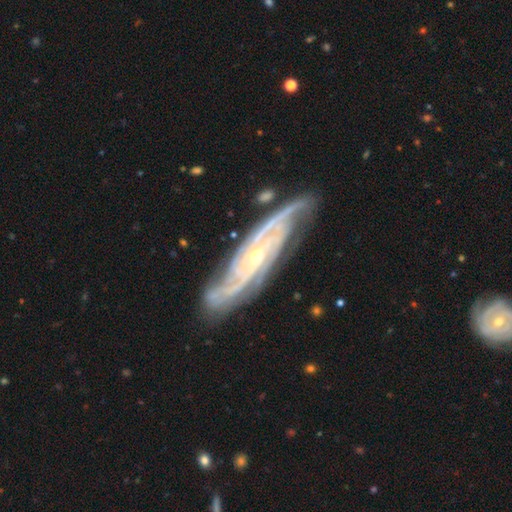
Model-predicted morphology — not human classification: type=featured or disk (91%); edge-on=no (87%); bar=no (58%); spiral arms=yes (98%); winding=tight (61%); arm count=3 (33%); bulge=small (71%); merging=none (77%).